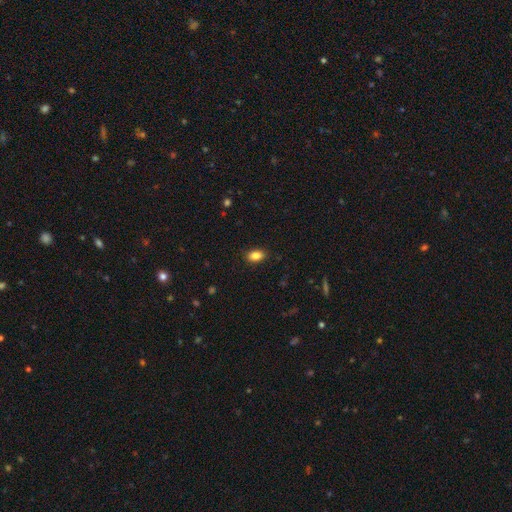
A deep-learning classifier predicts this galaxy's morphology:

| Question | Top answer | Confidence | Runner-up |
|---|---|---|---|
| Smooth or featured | smooth | 86% | star or artifact (9%) |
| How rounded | in between | 87% | round (10%) |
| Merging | none | 88% | minor disturbance (9%) |